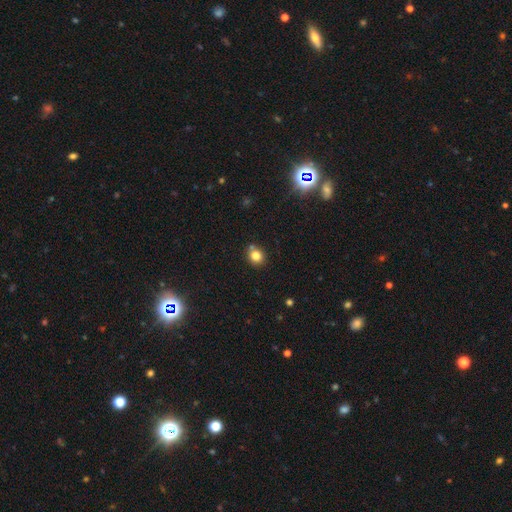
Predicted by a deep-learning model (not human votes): Q: Smooth or featured?
A: smooth (80%); runner-up: star or artifact (13%)
Q: How rounded?
A: round (78%); runner-up: in between (21%)
Q: Merging?
A: none (75%); runner-up: minor disturbance (11%)